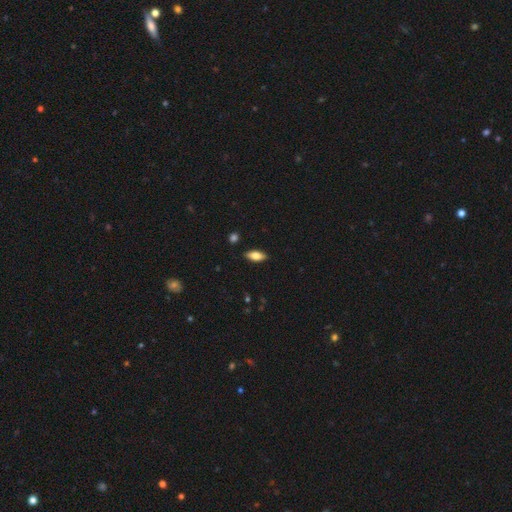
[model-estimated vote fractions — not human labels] smooth_or_featured: smooth (p=0.73) [alt: featured or disk p=0.21]
how_rounded: in between (p=0.82) [alt: cigar-shaped p=0.15]
merging: none (p=0.88) [alt: minor disturbance p=0.09]